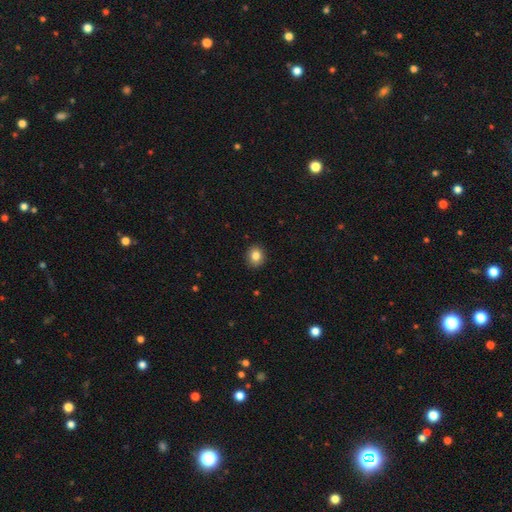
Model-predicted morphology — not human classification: Smooth or featured: smooth — 84% (star or artifact — 10%)
How rounded: round — 77% (in between — 22%)
Merging: none — 91% (minor disturbance — 7%)